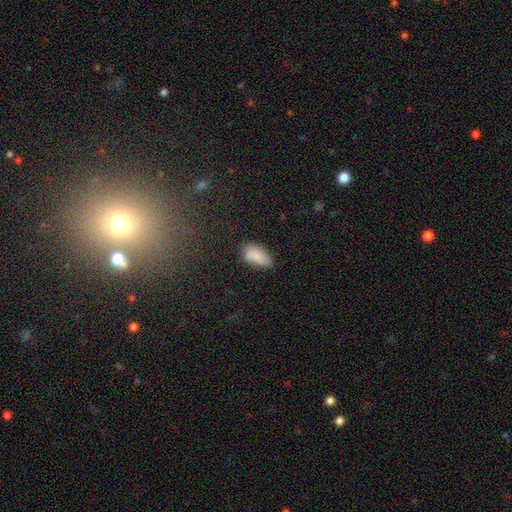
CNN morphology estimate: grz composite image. It shows a smooth galaxy with no disk features (79%) that is in between round and cigar-shaped (90%). Merging: none (58%).